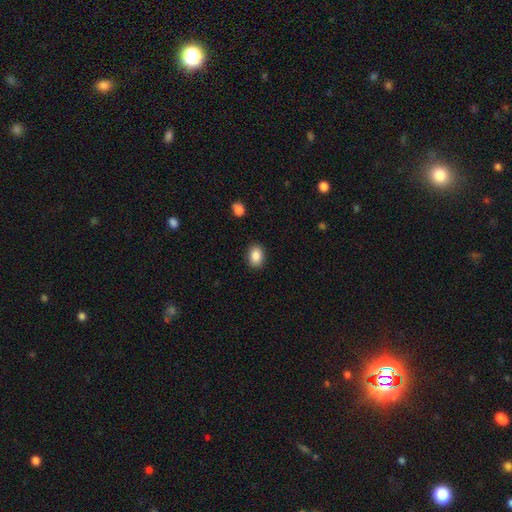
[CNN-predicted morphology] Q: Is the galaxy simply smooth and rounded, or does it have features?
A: smooth — 87%.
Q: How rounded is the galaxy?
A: in between — 73%.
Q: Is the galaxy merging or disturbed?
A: none — 89%.